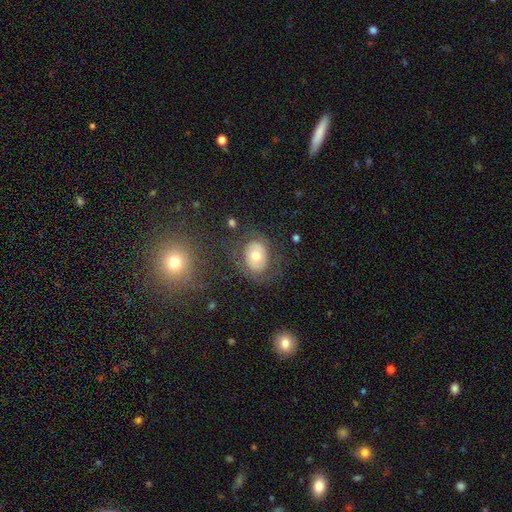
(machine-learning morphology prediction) Smooth or featured? Predicted: smooth (p=0.51). How rounded? Predicted: in between (p=0.60). Merging? Predicted: none (p=0.70).